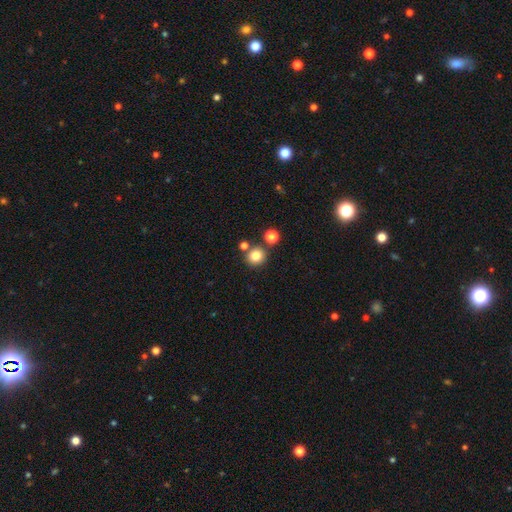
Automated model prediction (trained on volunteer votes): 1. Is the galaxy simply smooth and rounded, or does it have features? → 81% smooth, 12% star or artifact, 7% featured or disk.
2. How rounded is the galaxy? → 90% round, 9% in between, 1% cigar-shaped.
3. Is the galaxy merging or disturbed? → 77% none, 13% merger, 8% minor disturbance, 3% major disturbance.